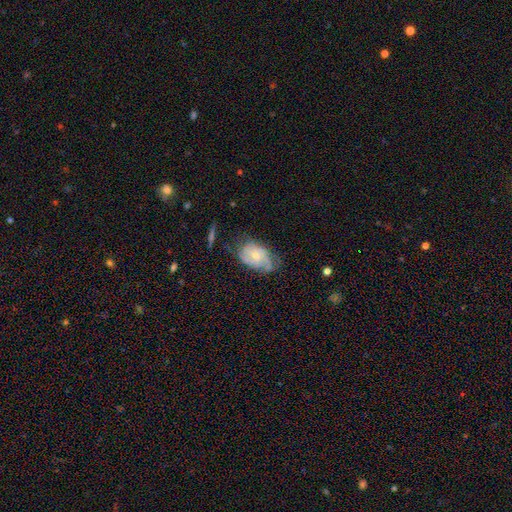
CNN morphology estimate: This is likely a featured or disk galaxy (62%). It is clearly not viewed edge-on (96%). Bar: likely no (75%). Spiral arm pattern: clearly yes (83%). Central bulge: likely small (61%). Merging: possibly none (48%).